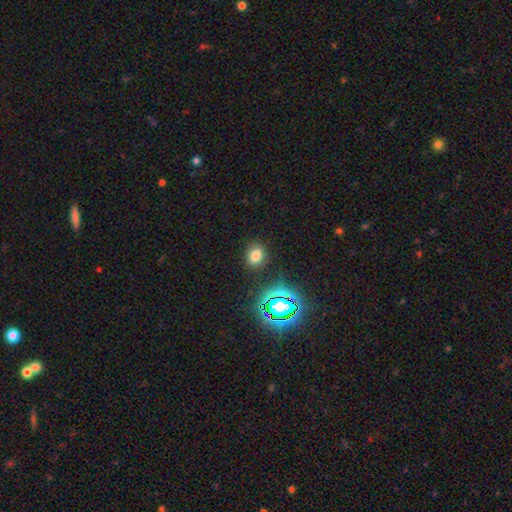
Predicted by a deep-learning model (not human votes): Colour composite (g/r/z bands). It shows a smooth galaxy with no disk features (72%) that is round (50%). Merging: none (86%).